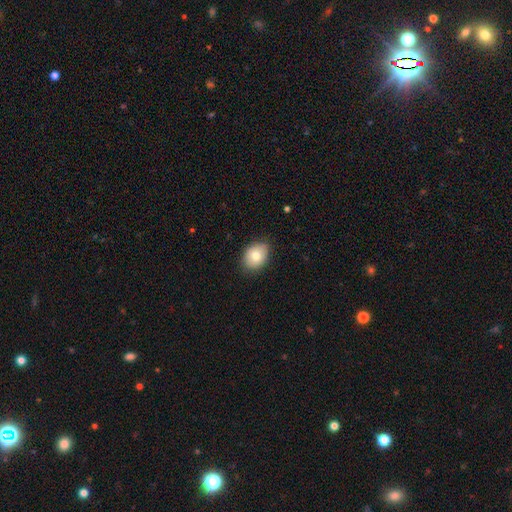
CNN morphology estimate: Smooth or featured?
  - smooth: 79% *
  - featured or disk: 13%
  - star or artifact: 8%
How rounded?
  - in between: 67% *
  - round: 32%
  - cigar-shaped: 1%
Merging?
  - none: 80% *
  - minor disturbance: 16%
  - major disturbance: 3%
  - merger: 1%